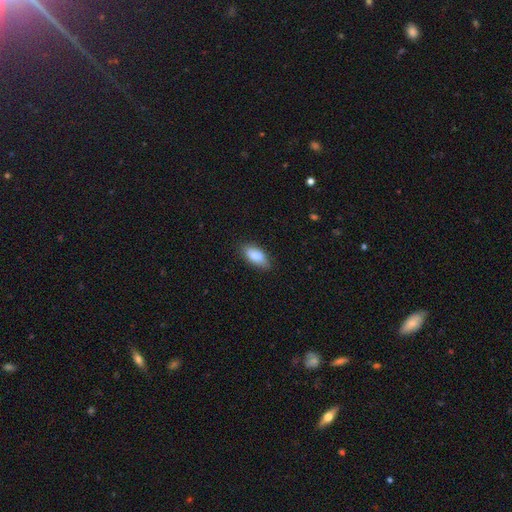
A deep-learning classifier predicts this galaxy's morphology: Smooth or featured? smooth (84%)
How rounded? in between (83%)
Merging? none (77%)